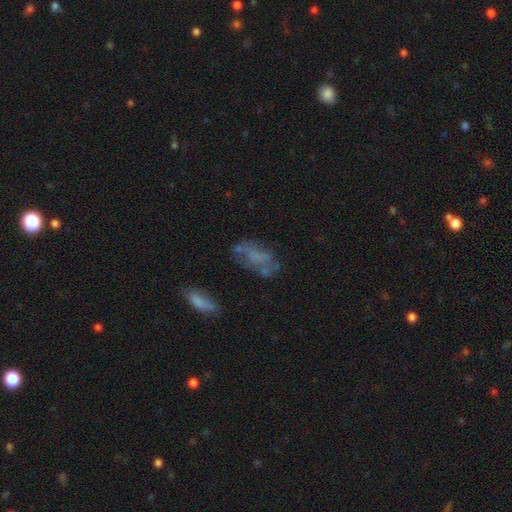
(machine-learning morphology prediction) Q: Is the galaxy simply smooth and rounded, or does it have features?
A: featured or disk — 44%.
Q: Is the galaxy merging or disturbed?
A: none — 50%.